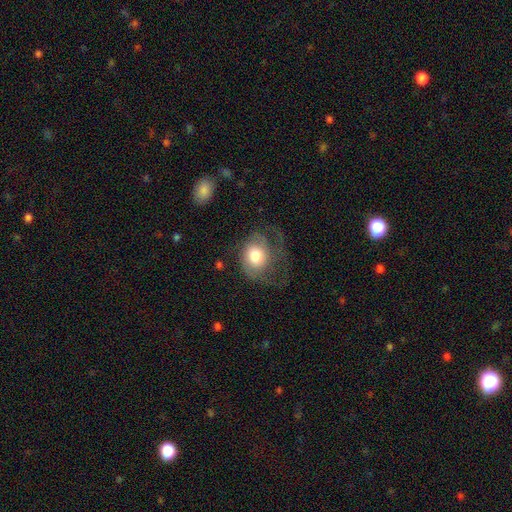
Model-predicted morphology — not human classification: Smooth or featured?
  - featured or disk: 46% * (tied)
  - smooth: 46% * (tied)
  - star or artifact: 8%
Merging?
  - none: 39% *
  - major disturbance: 38%
  - minor disturbance: 21%
  - merger: 2%